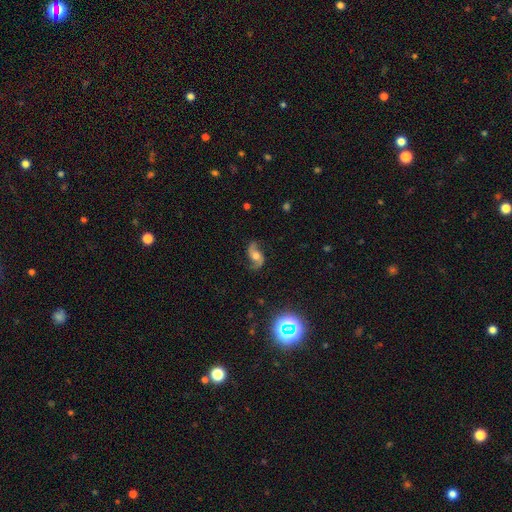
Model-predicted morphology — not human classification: A featured or disk galaxy (83%) with no bar (57%), 2 (93%) loose (72%) spiral arms (96%) and a moderate central bulge (60%). Merging: none (76%).